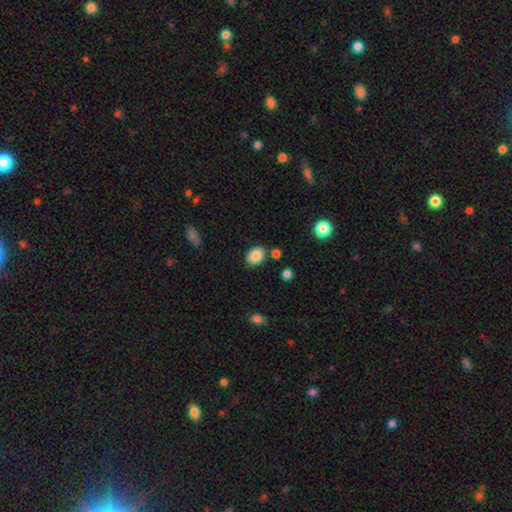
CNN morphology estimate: A smooth galaxy with no disk features (85%) that is in between round and cigar-shaped (75%). Merging: none (82%).